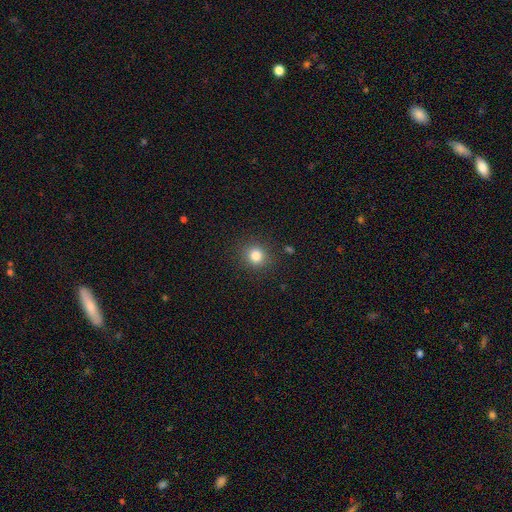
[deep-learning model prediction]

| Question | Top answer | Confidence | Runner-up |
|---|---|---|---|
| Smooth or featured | smooth | 82% | star or artifact (12%) |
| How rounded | round | 85% | in between (14%) |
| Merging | none | 87% | minor disturbance (8%) |